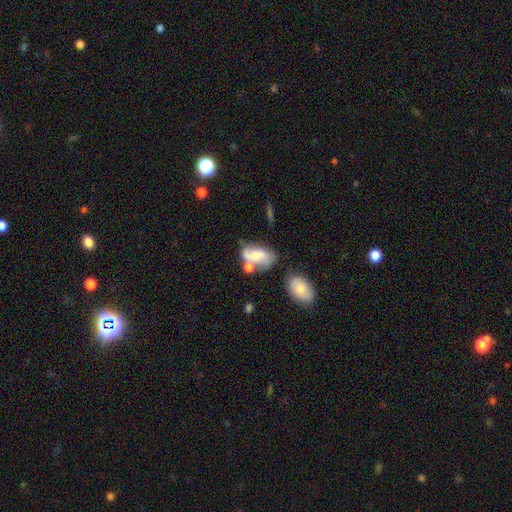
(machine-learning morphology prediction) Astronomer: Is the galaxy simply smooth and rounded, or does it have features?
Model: smooth — 47% (runner-up: featured or disk, 44%).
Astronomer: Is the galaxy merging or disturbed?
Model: none — 34% (runner-up: merger, 30%).